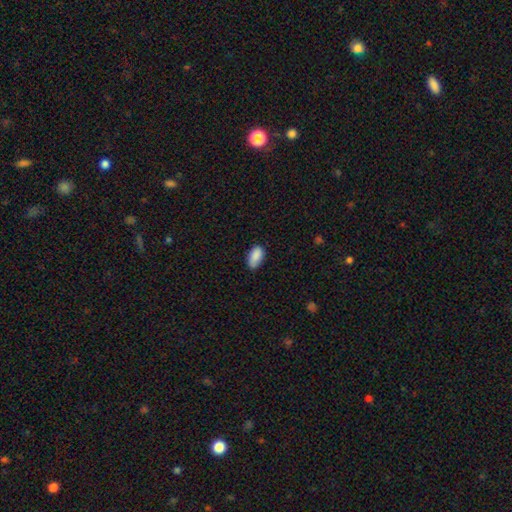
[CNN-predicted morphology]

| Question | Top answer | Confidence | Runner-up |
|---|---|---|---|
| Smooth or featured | smooth | 88% | star or artifact (7%) |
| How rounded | in between | 93% | round (4%) |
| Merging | none | 73% | minor disturbance (22%) |